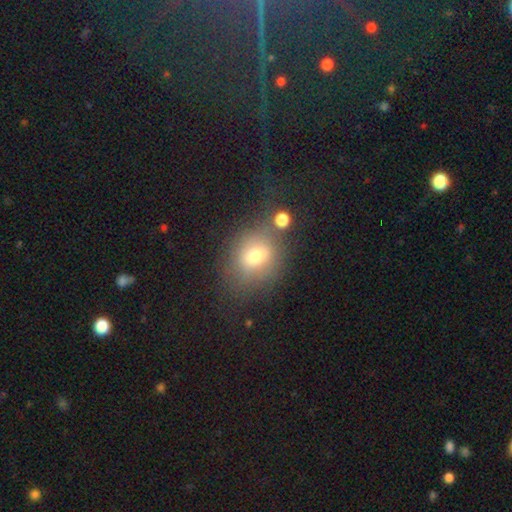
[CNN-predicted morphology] Smooth or featured? smooth (69%)
How rounded? in between (51%)
Merging? none (60%)